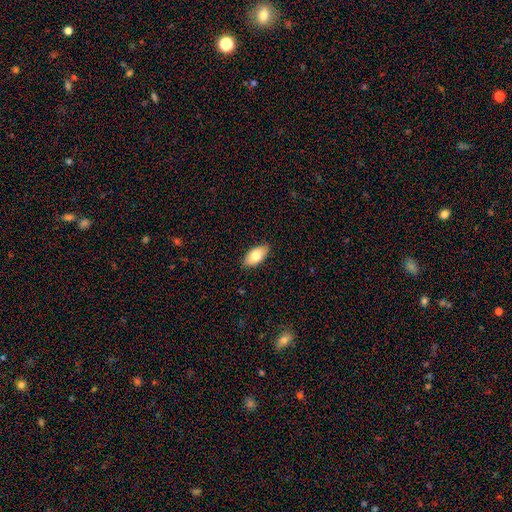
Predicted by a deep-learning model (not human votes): Smooth or featured? smooth (80%)
How rounded? in between (94%)
Merging? none (86%)